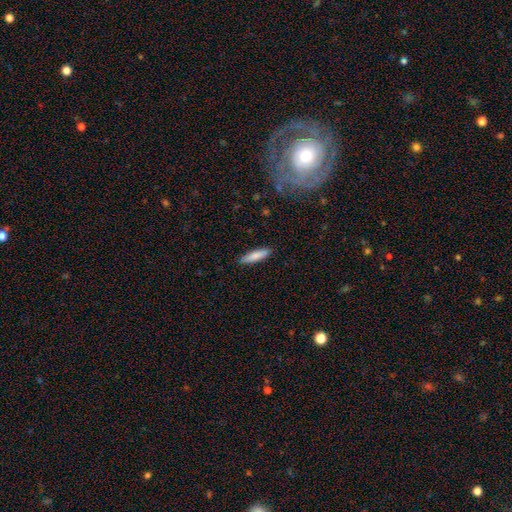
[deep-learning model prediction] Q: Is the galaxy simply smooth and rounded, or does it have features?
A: smooth — 83%.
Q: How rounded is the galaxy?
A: cigar-shaped — 74%.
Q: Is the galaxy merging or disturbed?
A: none — 90%.